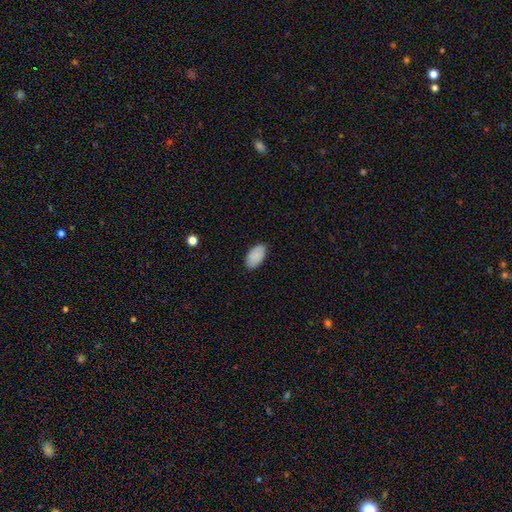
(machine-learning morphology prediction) Overall: smooth (90%). How rounded: in between (95%). Merging: none (87%).